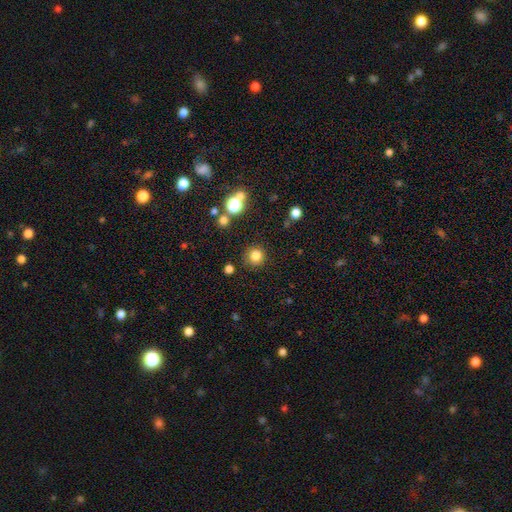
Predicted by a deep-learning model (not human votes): smooth 81%, star or artifact 14%, featured or disk 5%. Down the decision tree: how rounded — round (93%); merging — none (87%).